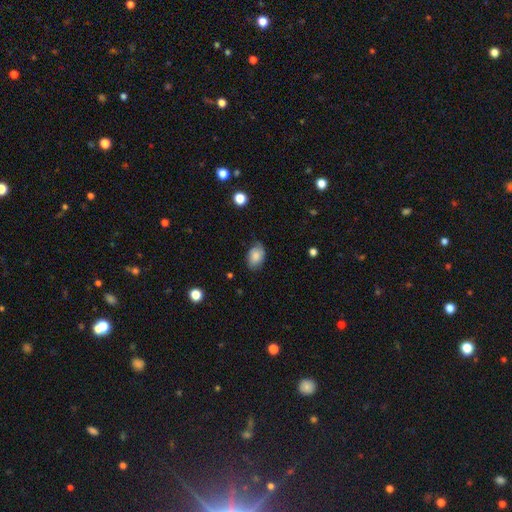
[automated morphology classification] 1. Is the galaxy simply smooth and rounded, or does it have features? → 80% smooth, 13% featured or disk, 8% star or artifact.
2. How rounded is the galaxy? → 87% in between, 11% round, 1% cigar-shaped.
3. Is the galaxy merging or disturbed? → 70% none, 23% minor disturbance, 5% major disturbance, 1% merger.